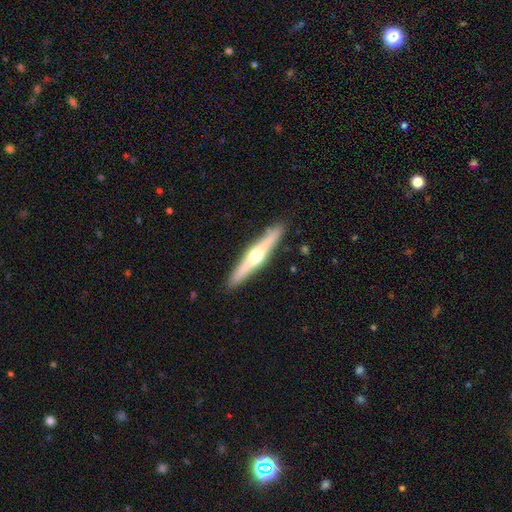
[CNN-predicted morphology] Smooth or featured? Predicted: featured or disk (p=0.66). Edge-on disk? Predicted: yes (p=0.97). Edge-on bulge? Predicted: rounded (p=0.93). Merging? Predicted: none (p=0.91).